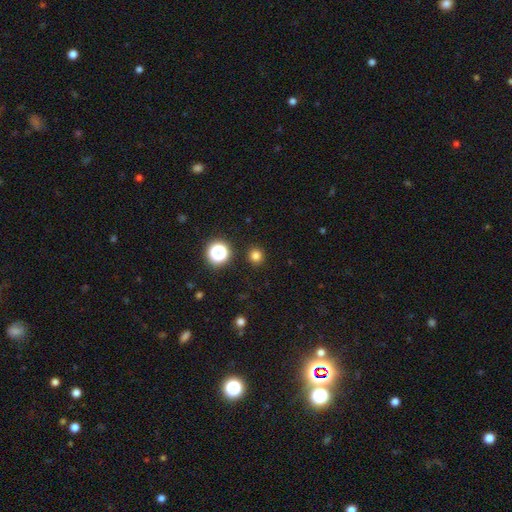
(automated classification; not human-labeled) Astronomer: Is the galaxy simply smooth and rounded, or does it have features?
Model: smooth — 80%.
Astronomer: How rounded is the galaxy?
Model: round — 92%.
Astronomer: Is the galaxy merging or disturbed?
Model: none — 92%.